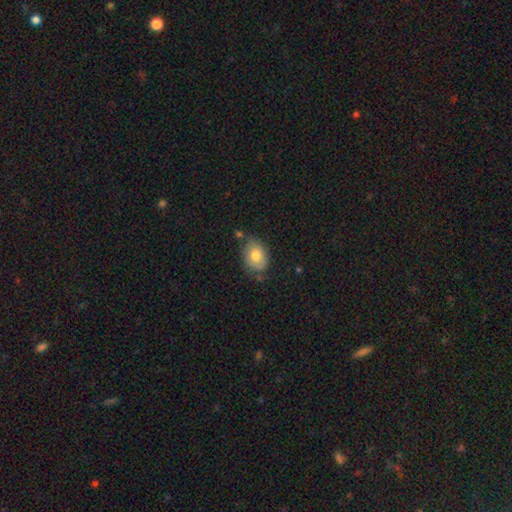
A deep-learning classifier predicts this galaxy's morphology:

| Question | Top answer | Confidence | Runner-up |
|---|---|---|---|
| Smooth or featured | smooth | 76% | featured or disk (16%) |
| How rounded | in between | 68% | round (31%) |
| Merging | none | 64% | minor disturbance (25%) |